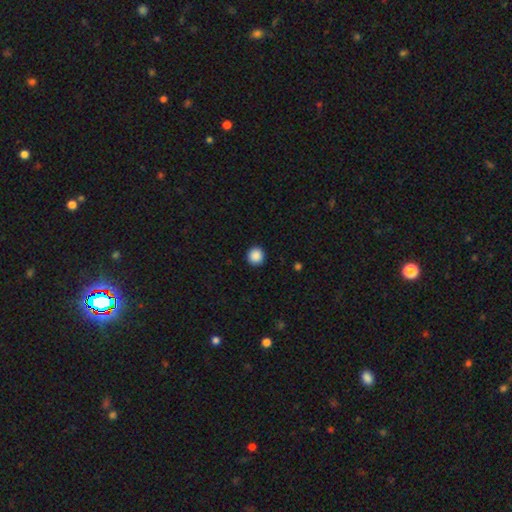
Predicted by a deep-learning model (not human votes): This appears to be a smooth galaxy with no disk features (89%) that is round (93%). Merging: none (93%).